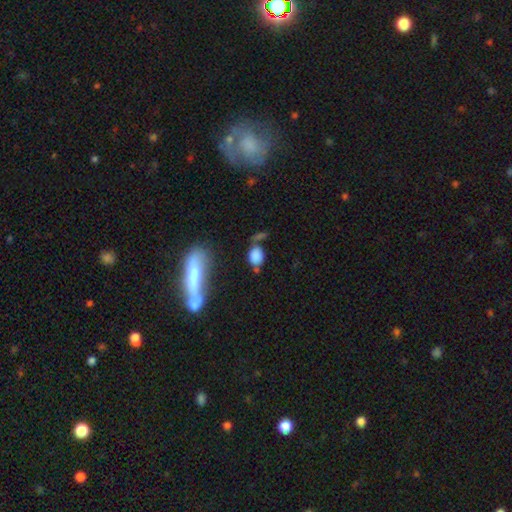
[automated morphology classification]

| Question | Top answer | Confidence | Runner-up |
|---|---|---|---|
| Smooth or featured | smooth | 82% | star or artifact (9%) |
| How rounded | in between | 58% | round (37%) |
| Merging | none | 52% | minor disturbance (20%) |